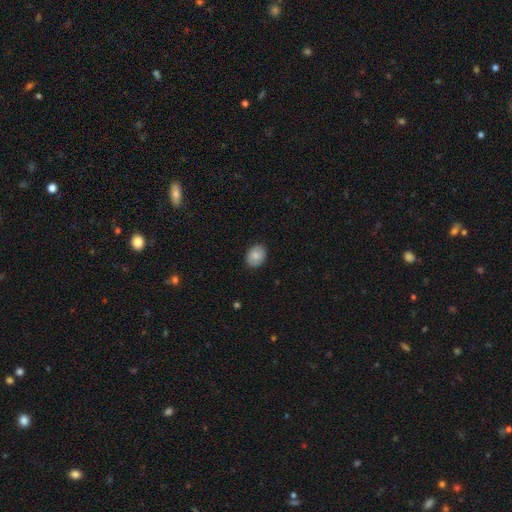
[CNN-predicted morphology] Overall: smooth (84%). How rounded: in between (63%; round 36%). Merging: none (88%).